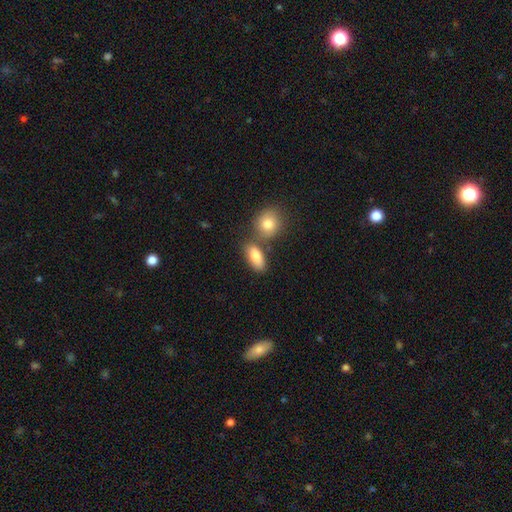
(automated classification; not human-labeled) A smooth galaxy with no disk features (83%) that is in between round and cigar-shaped (84%). Merging: none (59%).